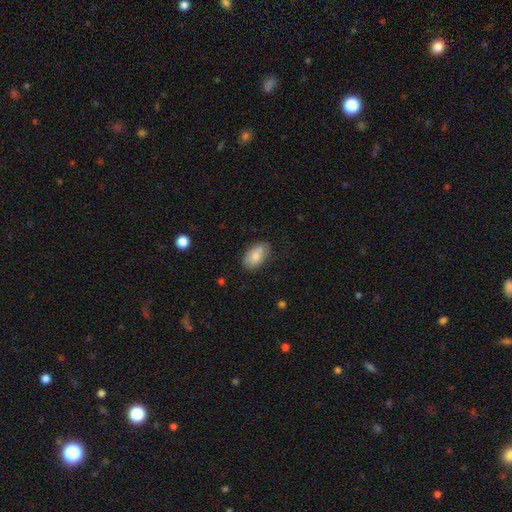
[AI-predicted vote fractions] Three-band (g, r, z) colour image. It shows a smooth galaxy with no disk features (75%) that is in between round and cigar-shaped (93%). Merging: none (74%).